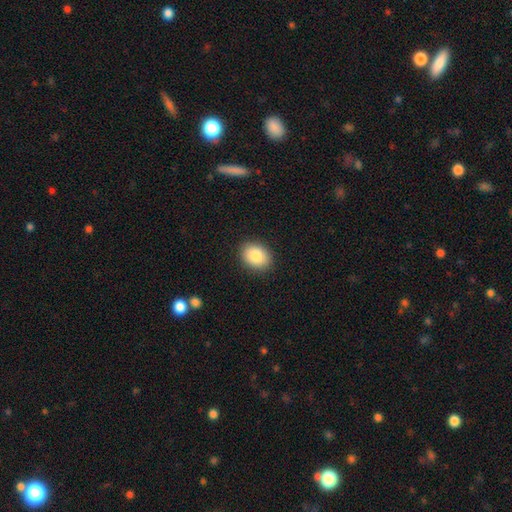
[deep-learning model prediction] Smooth or featured? smooth (86%)
How rounded? in between (63%)
Merging? none (89%)